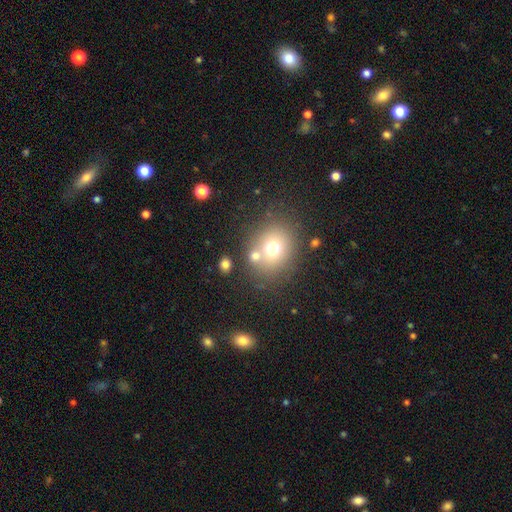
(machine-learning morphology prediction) A smooth galaxy with no disk features (69%) that is round (68%). Merging: none (63%).